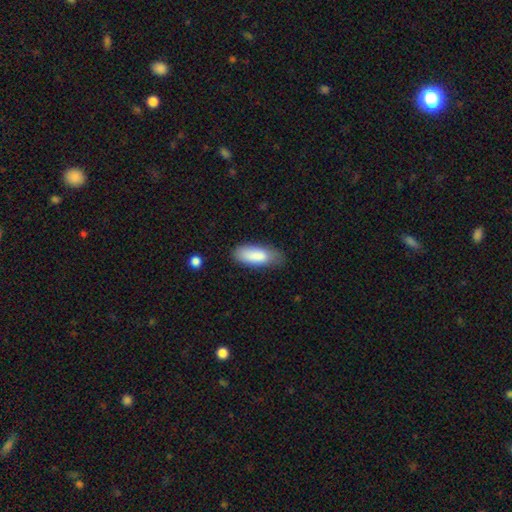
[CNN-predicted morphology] Smooth or featured? smooth (86%)
How rounded? in between (78%)
Merging? none (69%)